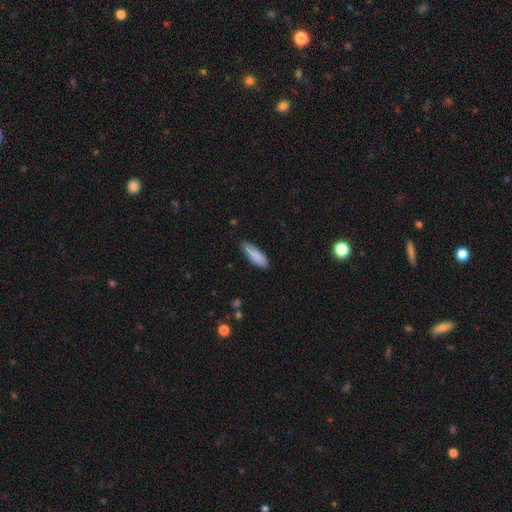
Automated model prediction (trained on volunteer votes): smooth_or_featured: smooth (p=0.87) [alt: featured or disk p=0.07]
how_rounded: in between (p=0.55) [alt: cigar-shaped p=0.44]
merging: none (p=0.80) [alt: minor disturbance p=0.16]